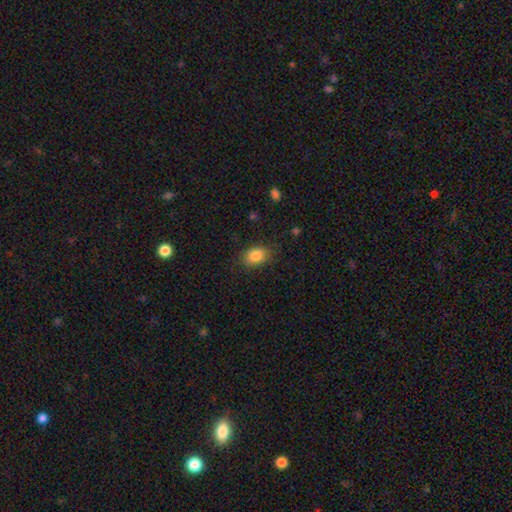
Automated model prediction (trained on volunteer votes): smooth_or_featured: smooth (p=0.84) [alt: star or artifact p=0.09]
how_rounded: in between (p=0.77) [alt: round p=0.22]
merging: none (p=0.82) [alt: minor disturbance p=0.13]